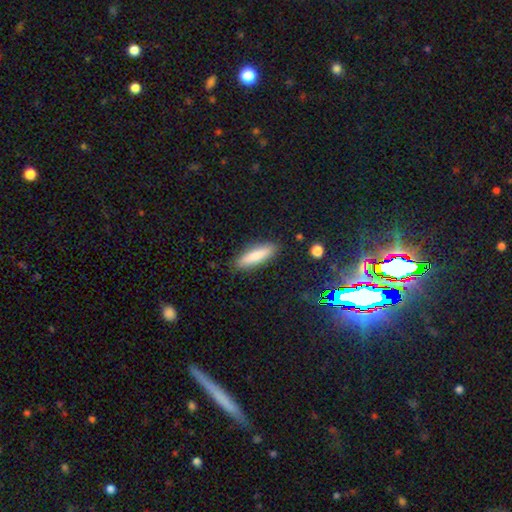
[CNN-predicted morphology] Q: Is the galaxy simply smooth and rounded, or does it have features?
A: smooth — 81%.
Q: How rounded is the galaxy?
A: cigar-shaped — 66%.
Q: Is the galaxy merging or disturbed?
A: none — 88%.